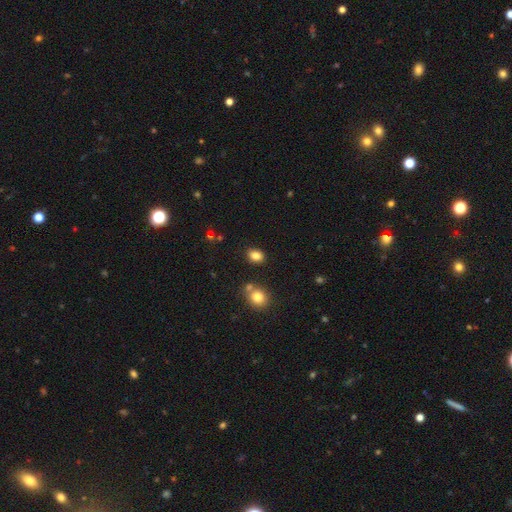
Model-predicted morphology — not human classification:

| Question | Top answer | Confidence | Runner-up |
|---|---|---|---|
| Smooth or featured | smooth | 84% | star or artifact (10%) |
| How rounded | in between | 66% | round (33%) |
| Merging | none | 82% | minor disturbance (10%) |